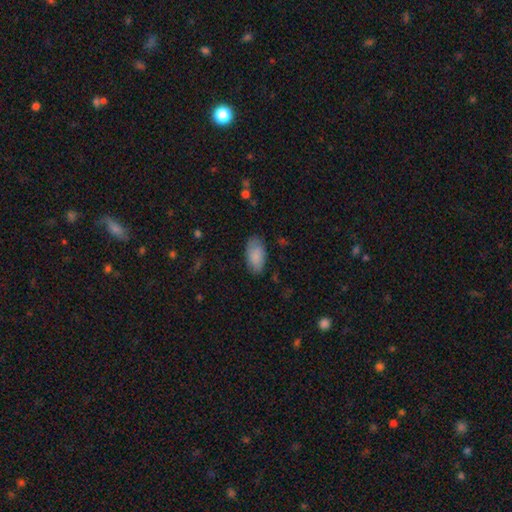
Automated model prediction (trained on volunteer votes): smooth-or-featured: smooth: 84% | featured or disk: 10% | star or artifact: 6%
  how-rounded: in between: 95% | round: 3% | cigar-shaped: 3%
  merging: none: 81% | minor disturbance: 14% | major disturbance: 3% | merger: 1%